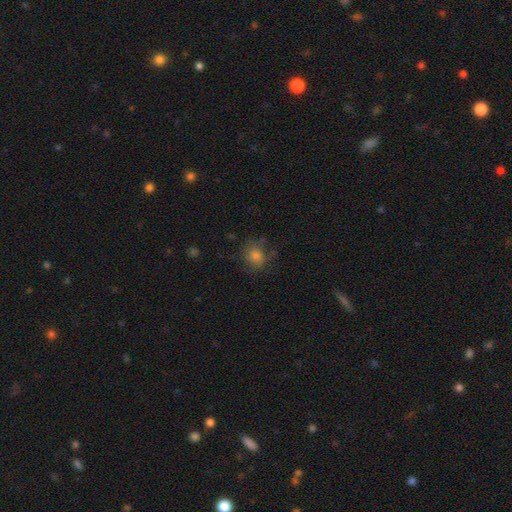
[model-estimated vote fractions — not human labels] Smooth or featured? smooth (74%)
How rounded? round (78%)
Merging? none (72%)